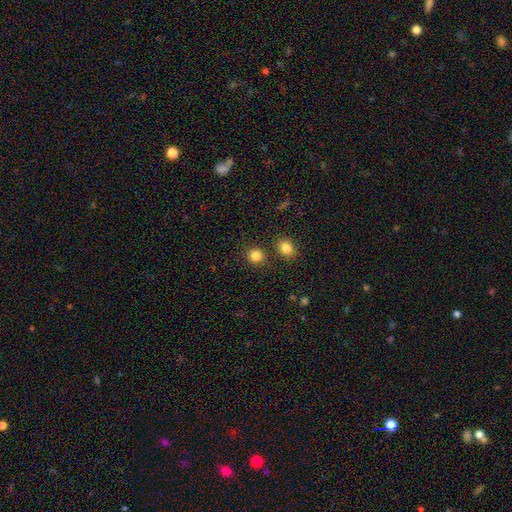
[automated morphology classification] smooth-or-featured: smooth: 84% | star or artifact: 11% | featured or disk: 5%
  how-rounded: round: 82% | in between: 17% | cigar-shaped: 1%
  merging: none: 81% | merger: 9% | minor disturbance: 8% | major disturbance: 3%